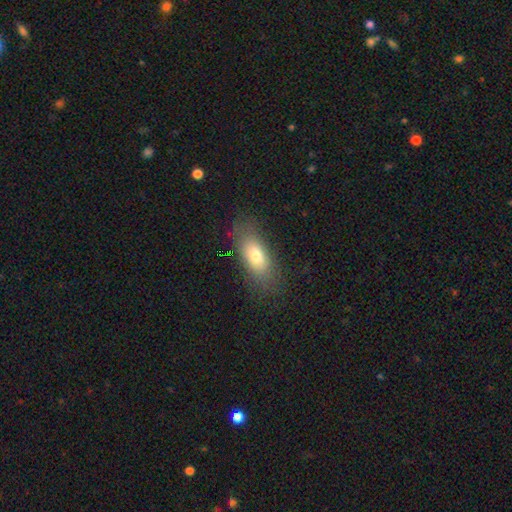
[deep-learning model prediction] Q: Smooth or featured?
A: smooth (73%); runner-up: featured or disk (17%)
Q: How rounded?
A: in between (82%); runner-up: cigar-shaped (12%)
Q: Merging?
A: none (79%); runner-up: minor disturbance (14%)